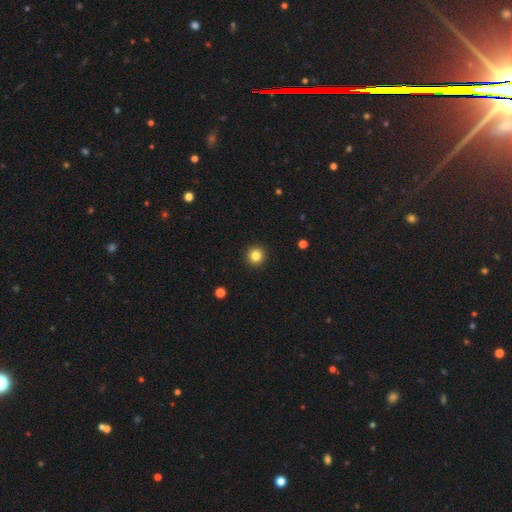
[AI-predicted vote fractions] Smooth or featured?
  - smooth: 84% *
  - star or artifact: 11%
  - featured or disk: 5%
How rounded?
  - round: 95% *
  - in between: 4%
  - cigar-shaped: 1%
Merging?
  - none: 93% *
  - minor disturbance: 4%
  - major disturbance: 2%
  - merger: 1%